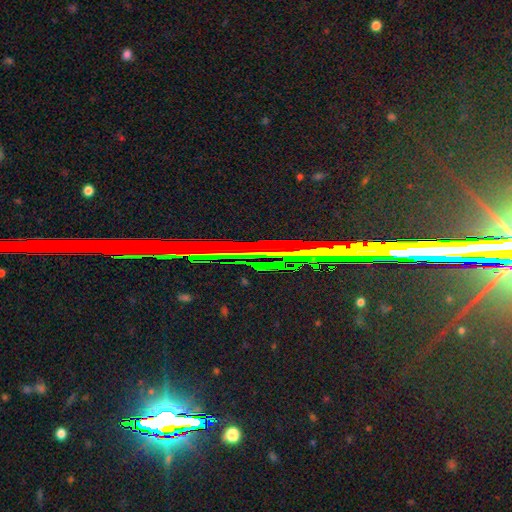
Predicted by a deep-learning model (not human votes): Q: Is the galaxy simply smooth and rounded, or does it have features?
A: star or artifact — 85%.